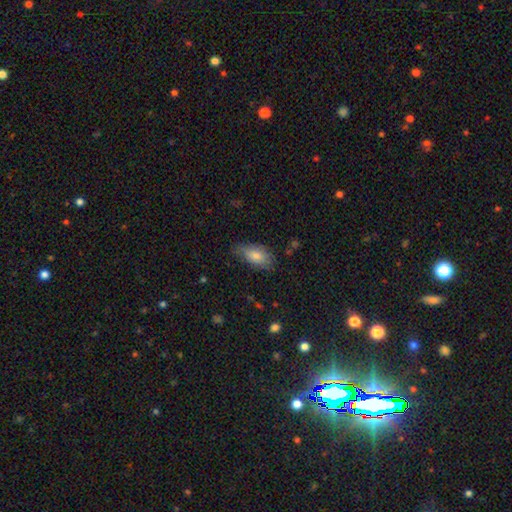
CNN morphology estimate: smooth 77%, featured or disk 15%, star or artifact 8%. Down the decision tree: how rounded — in between (89%); merging — none (65%).